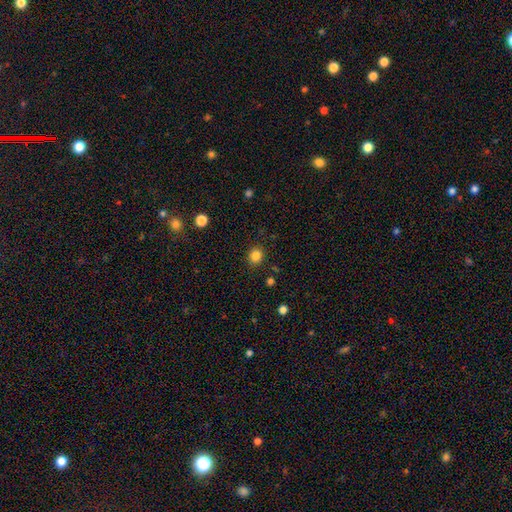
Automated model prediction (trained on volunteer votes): Smooth or featured? smooth (84%)
How rounded? round (77%)
Merging? none (88%)